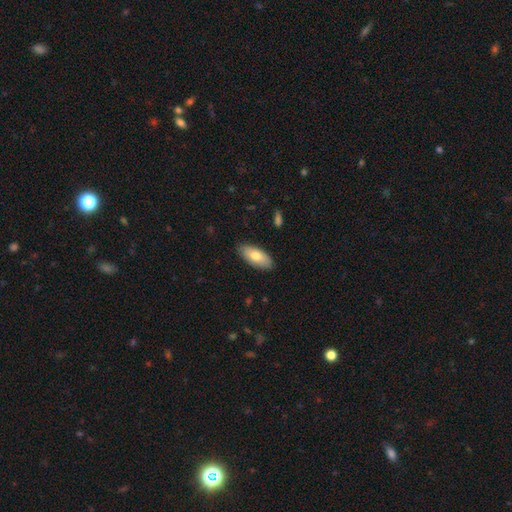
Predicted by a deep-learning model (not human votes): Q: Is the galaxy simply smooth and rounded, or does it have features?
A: smooth — 75%.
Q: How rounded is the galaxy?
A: in between — 88%.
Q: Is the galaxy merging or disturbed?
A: none — 87%.